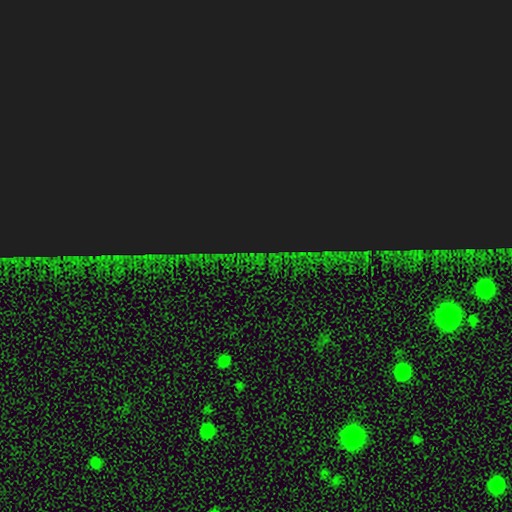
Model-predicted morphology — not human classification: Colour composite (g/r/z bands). It shows a star or artifact, not a galaxy (86%).